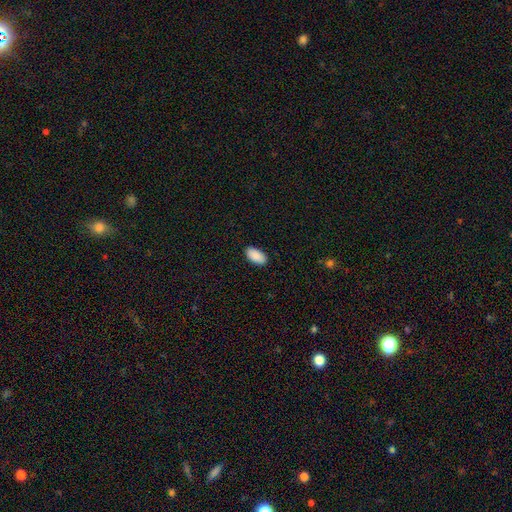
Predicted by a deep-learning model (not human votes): A smooth galaxy with no disk features (90%) that is in between round and cigar-shaped (96%). Merging: none (90%).